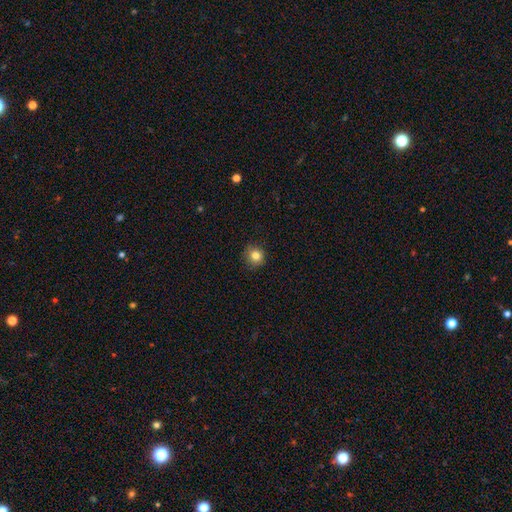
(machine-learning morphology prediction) Q: Smooth or featured?
A: smooth (82%); runner-up: star or artifact (12%)
Q: How rounded?
A: round (92%); runner-up: in between (7%)
Q: Merging?
A: none (86%); runner-up: minor disturbance (10%)